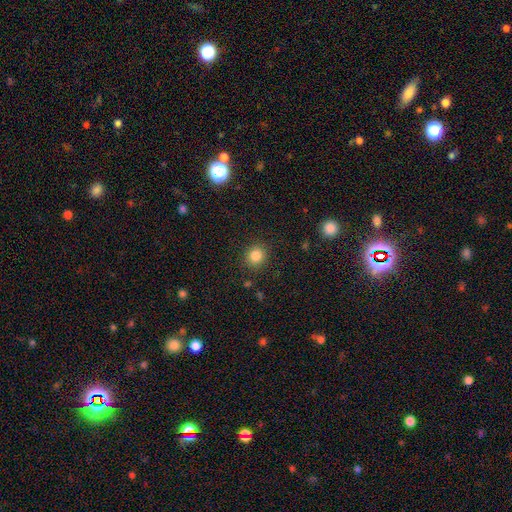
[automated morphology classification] Smooth or featured: smooth — 84% (star or artifact — 11%)
How rounded: round — 86% (in between — 13%)
Merging: none — 88% (minor disturbance — 7%)